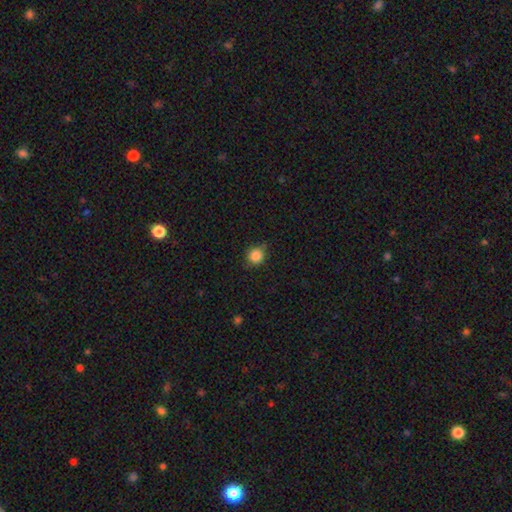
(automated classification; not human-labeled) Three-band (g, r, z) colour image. It shows a smooth galaxy with no disk features (85%) that is round (90%). Merging: none (73%).